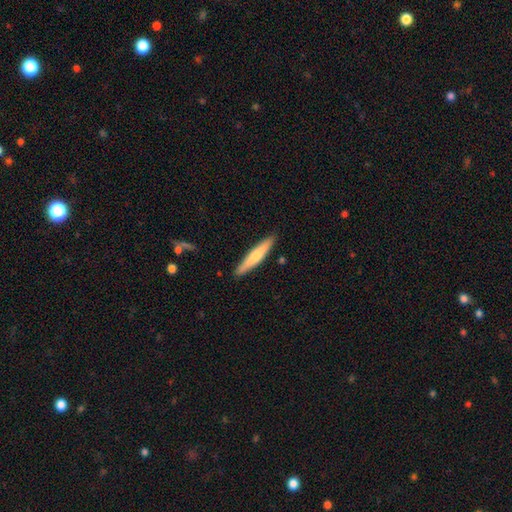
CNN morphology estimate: The model was most divided on "smooth or featured": smooth: 61%, featured or disk: 34%, star or artifact: 5%. More confident: how rounded — cigar-shaped (91%); merging — none (90%).